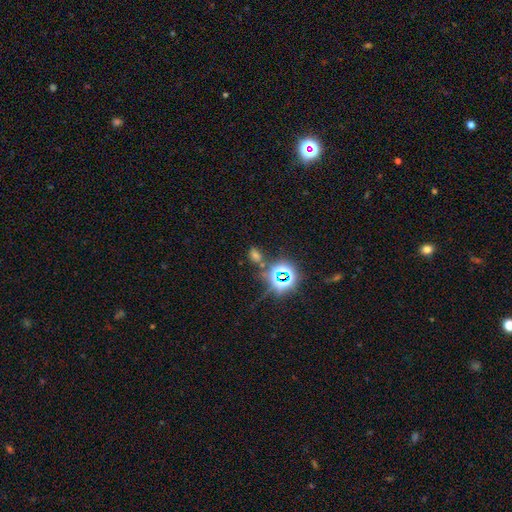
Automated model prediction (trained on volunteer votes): This is possibly a star or artifact rather than a galaxy (56%).